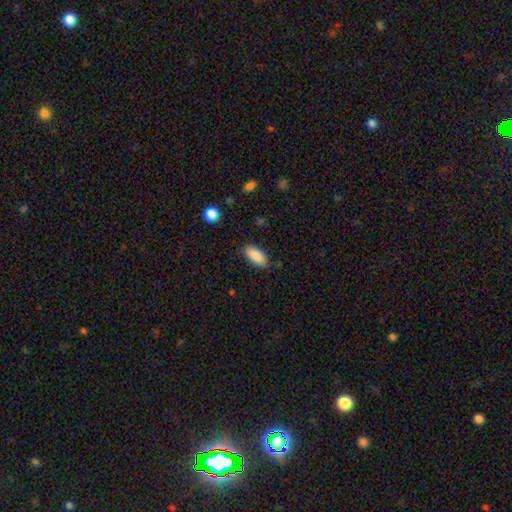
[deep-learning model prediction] Overall: smooth (89%). How rounded: in between (88%). Merging: none (85%).